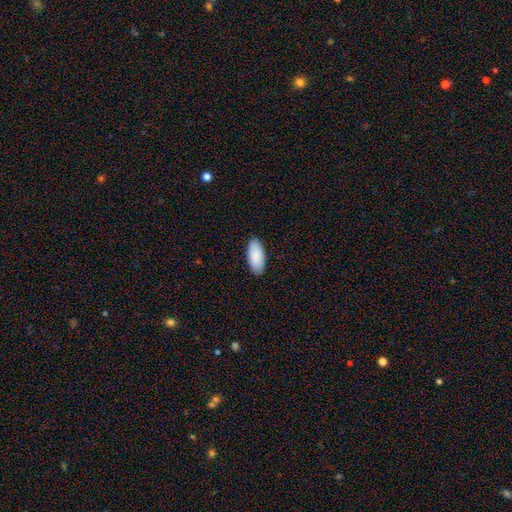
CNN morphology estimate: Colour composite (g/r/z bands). It shows a smooth galaxy with no disk features (90%) that is in between round and cigar-shaped (92%). Merging: none (89%).